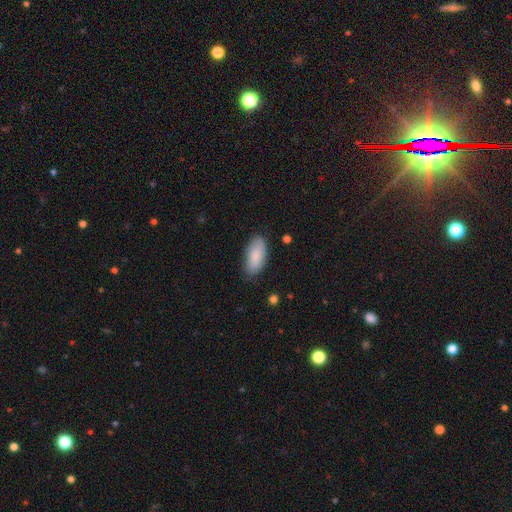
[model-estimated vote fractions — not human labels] smooth_or_featured: smooth (p=0.85) [alt: featured or disk p=0.09]
how_rounded: in between (p=0.91) [alt: cigar-shaped p=0.07]
merging: none (p=0.79) [alt: minor disturbance p=0.17]